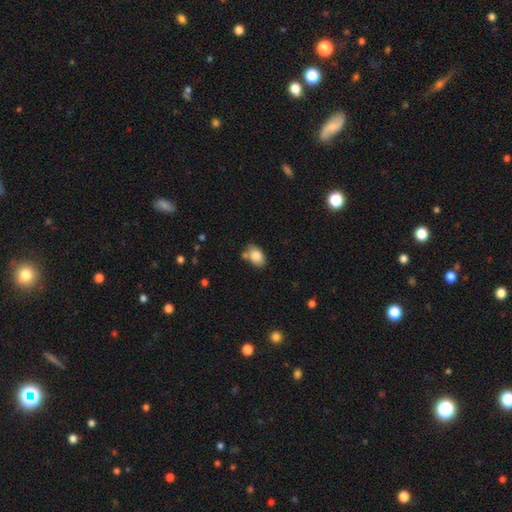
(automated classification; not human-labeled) smooth 85%, star or artifact 8%, featured or disk 8%. Down the decision tree: how rounded — in between (85%); merging — none (62%).